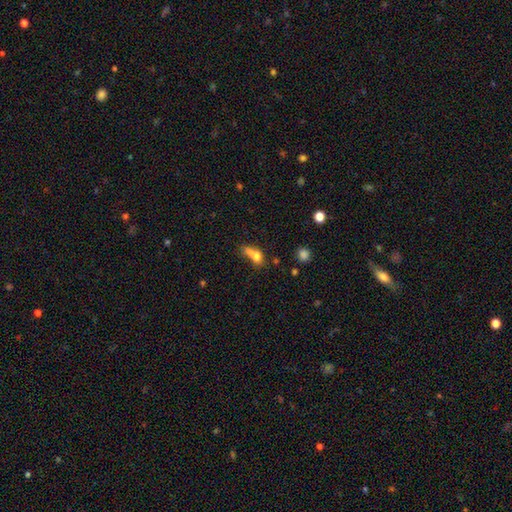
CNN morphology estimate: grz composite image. It shows a smooth galaxy with no disk features (70%) that is in between round and cigar-shaped (51%). Merging: merger (51%).